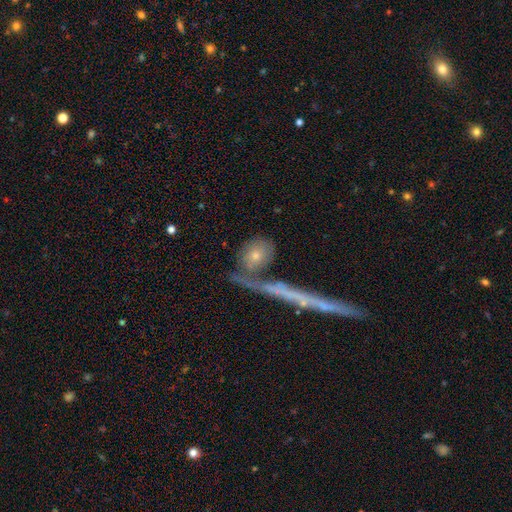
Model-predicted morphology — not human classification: smooth-or-featured: smooth: 66% | featured or disk: 26% | star or artifact: 8%
  how-rounded: round: 53% | in between: 37% | cigar-shaped: 10%
  merging: none: 52% | merger: 22% | minor disturbance: 16% | major disturbance: 11%